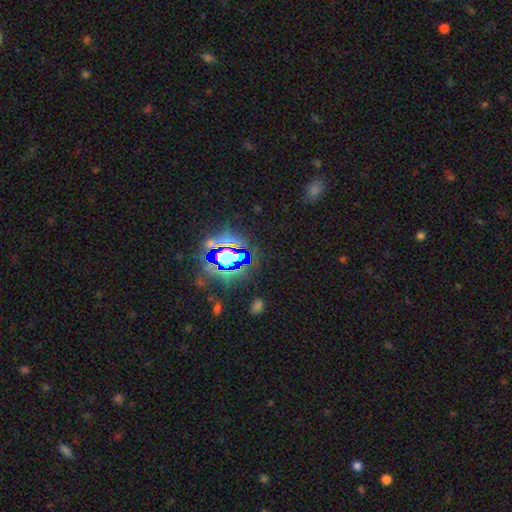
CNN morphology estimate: type=star or artifact (80%).